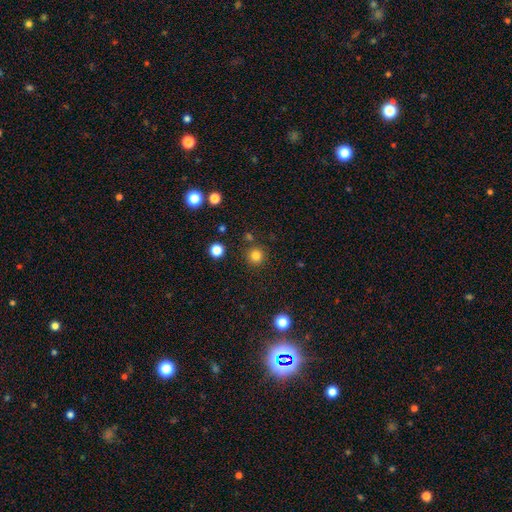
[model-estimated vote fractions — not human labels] The model was most divided on "smooth or featured": smooth: 81%, star or artifact: 14%, featured or disk: 5%. More confident: how rounded — round (95%); merging — none (87%).